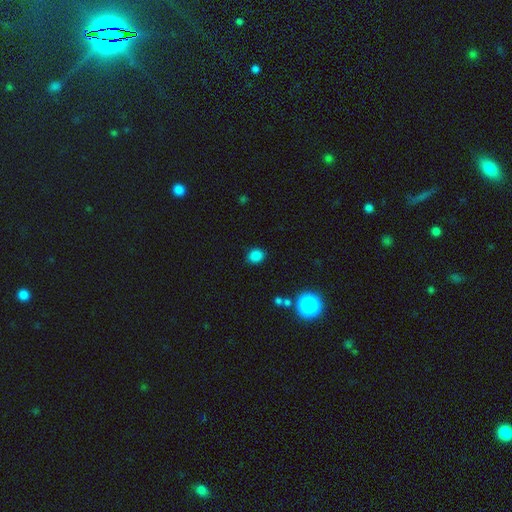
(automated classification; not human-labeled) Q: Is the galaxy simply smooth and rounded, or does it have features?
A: smooth — 83%.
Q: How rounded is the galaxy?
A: round — 57%.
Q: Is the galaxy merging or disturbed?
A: none — 85%.